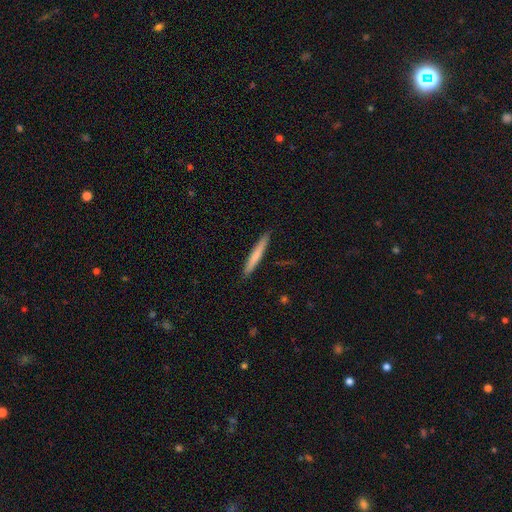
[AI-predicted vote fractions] smooth_or_featured: smooth (p=0.69) [alt: featured or disk p=0.26]
how_rounded: cigar-shaped (p=0.96) [alt: in between p=0.03]
merging: none (p=0.90) [alt: minor disturbance p=0.08]